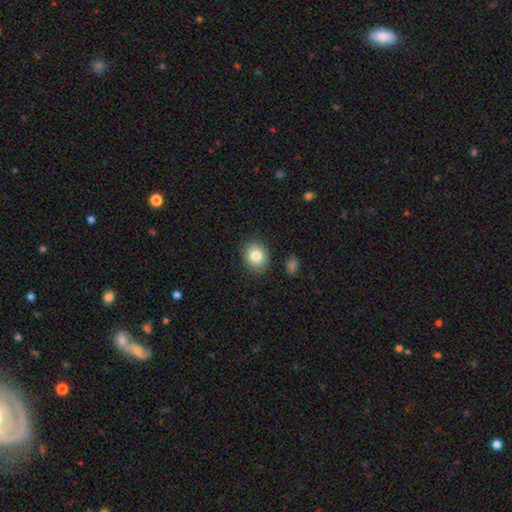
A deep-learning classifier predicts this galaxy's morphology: Smooth or featured?
  - smooth: 83% *
  - featured or disk: 9%
  - star or artifact: 9%
How rounded?
  - round: 50% *
  - in between: 49%
  - cigar-shaped: 1%
Merging?
  - none: 86% *
  - minor disturbance: 10%
  - major disturbance: 3%
  - merger: 2%